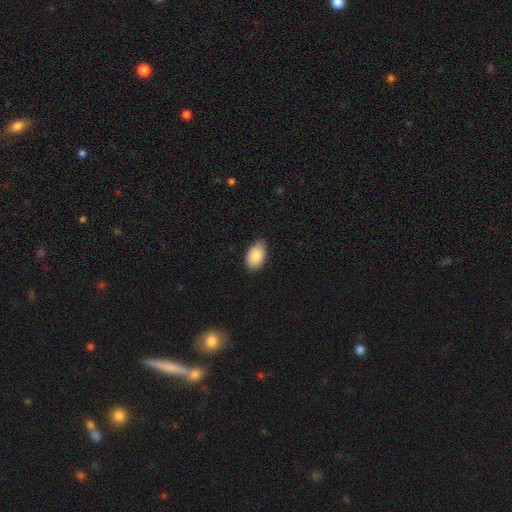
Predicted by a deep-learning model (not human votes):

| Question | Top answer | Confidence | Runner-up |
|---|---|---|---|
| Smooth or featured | smooth | 87% | star or artifact (7%) |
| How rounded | in between | 93% | round (6%) |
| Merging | none | 80% | minor disturbance (17%) |